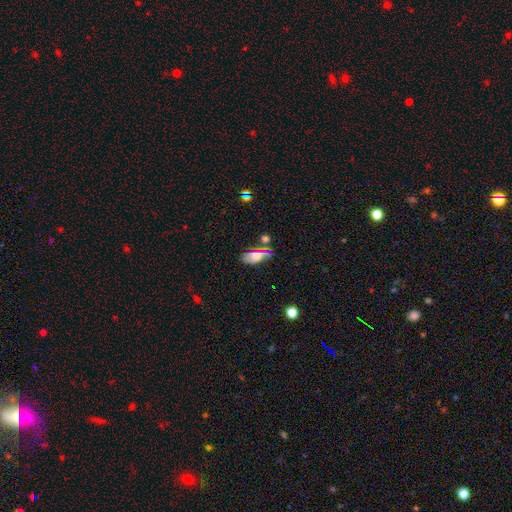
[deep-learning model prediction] This appears to be a smooth galaxy with no disk features (56%) that is in between round and cigar-shaped (83%). Merging: none (42%).